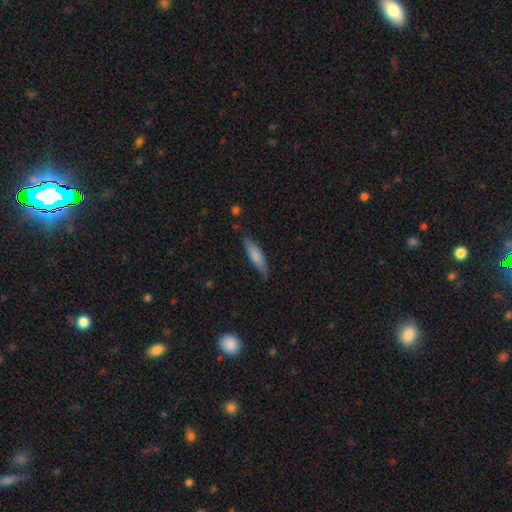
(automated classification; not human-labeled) Smooth or featured? smooth (74%)
How rounded? cigar-shaped (70%)
Merging? none (76%)